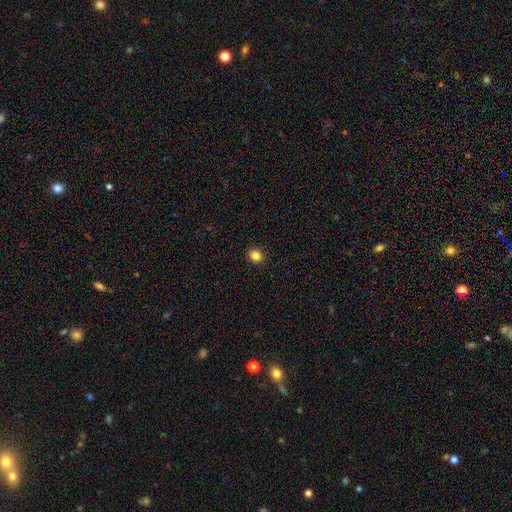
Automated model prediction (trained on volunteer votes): smooth_or_featured: smooth (p=0.84) [alt: star or artifact p=0.12]
how_rounded: round (p=0.75) [alt: in between p=0.24]
merging: none (p=0.92) [alt: minor disturbance p=0.05]